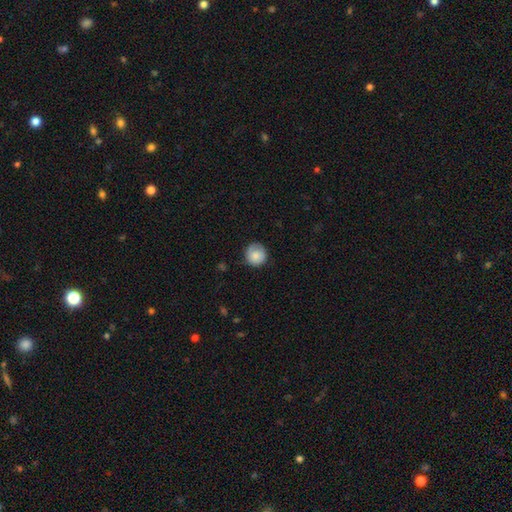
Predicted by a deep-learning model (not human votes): Smooth or featured: smooth — 83% (featured or disk — 9%)
How rounded: round — 92% (in between — 7%)
Merging: none — 78% (minor disturbance — 17%)